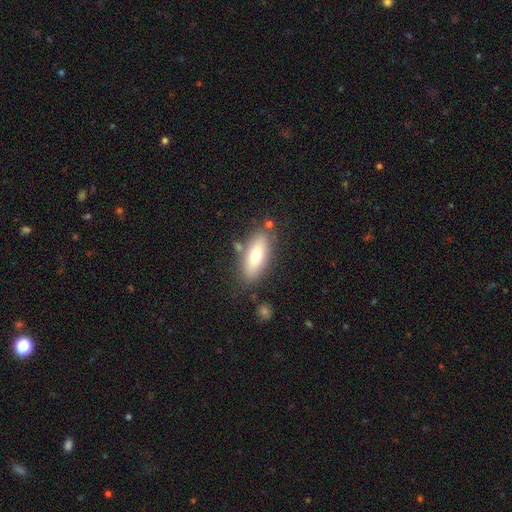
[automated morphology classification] A smooth galaxy with no disk features (72%) that is in between round and cigar-shaped (73%).

Vote fractions:
- Smooth or featured? smooth: 72% / featured or disk: 21% / star or artifact: 7%
- How rounded? in between: 73% / cigar-shaped: 24% / round: 3%
- Merging? none: 77% / minor disturbance: 14% / merger: 6% / major disturbance: 4%